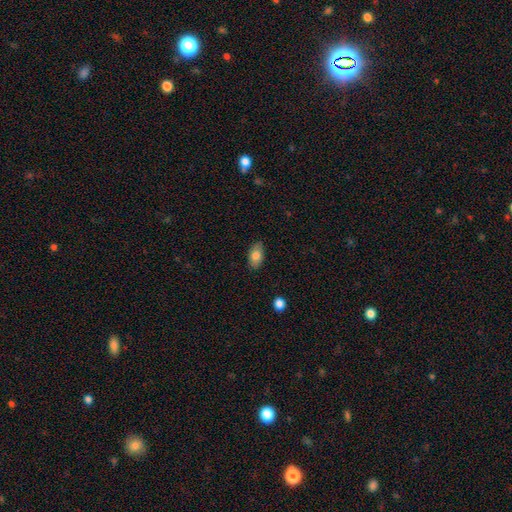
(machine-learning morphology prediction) smooth_or_featured: smooth (p=0.82) [alt: featured or disk p=0.11]
how_rounded: in between (p=0.91) [alt: round p=0.06]
merging: none (p=0.84) [alt: minor disturbance p=0.12]